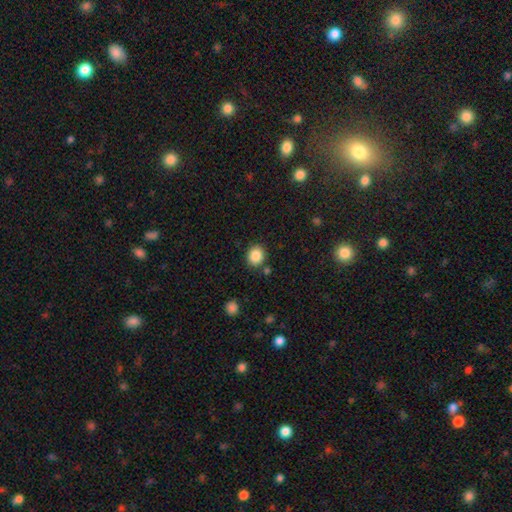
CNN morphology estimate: smooth_or_featured: smooth (p=0.86) [alt: star or artifact p=0.10]
how_rounded: round (p=0.73) [alt: in between p=0.26]
merging: none (p=0.85) [alt: minor disturbance p=0.08]